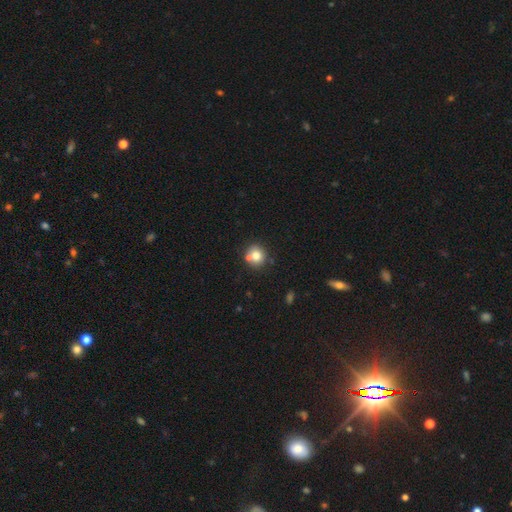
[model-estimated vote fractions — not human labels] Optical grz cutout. It shows a smooth galaxy with no disk features (76%) that is round (87%). Merging: none (64%).